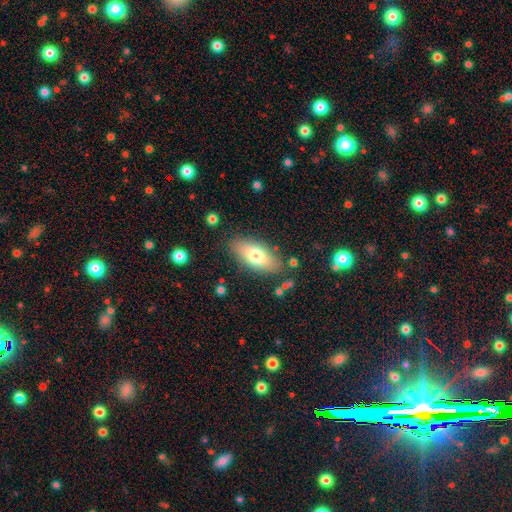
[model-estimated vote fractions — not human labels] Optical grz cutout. It shows a smooth galaxy with no disk features (72%) that is in between round and cigar-shaped (84%). Merging: none (82%).